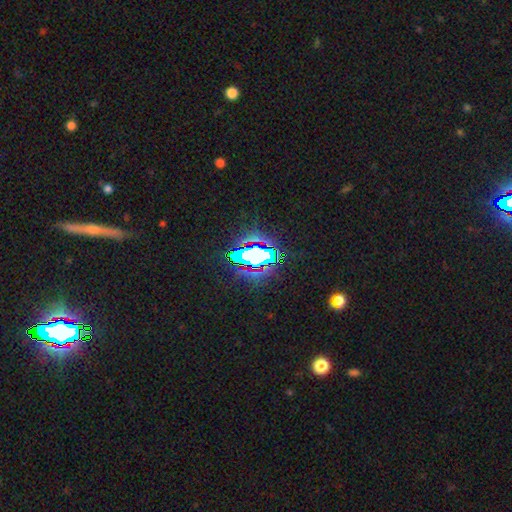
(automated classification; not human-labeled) The model was most divided on "smooth or featured": star or artifact: 63%, smooth: 21%, featured or disk: 16%.